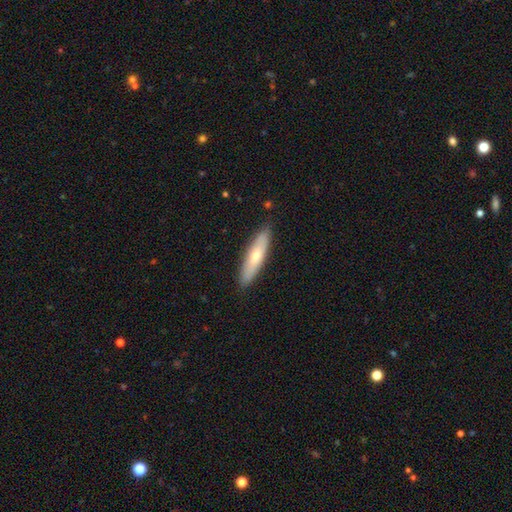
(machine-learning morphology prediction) Smooth or featured?
  - smooth: 58% *
  - featured or disk: 36%
  - star or artifact: 6%
How rounded?
  - cigar-shaped: 71% *
  - in between: 27%
  - round: 2%
Merging?
  - none: 87% *
  - minor disturbance: 10%
  - major disturbance: 2%
  - merger: 1%